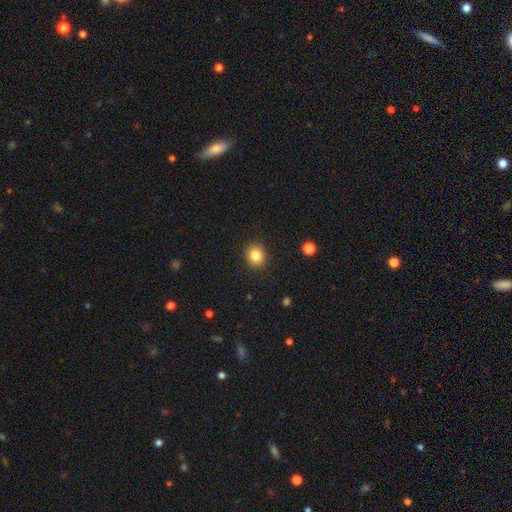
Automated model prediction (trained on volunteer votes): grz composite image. It shows a smooth galaxy with no disk features (83%) that is round (80%). Merging: none (90%).